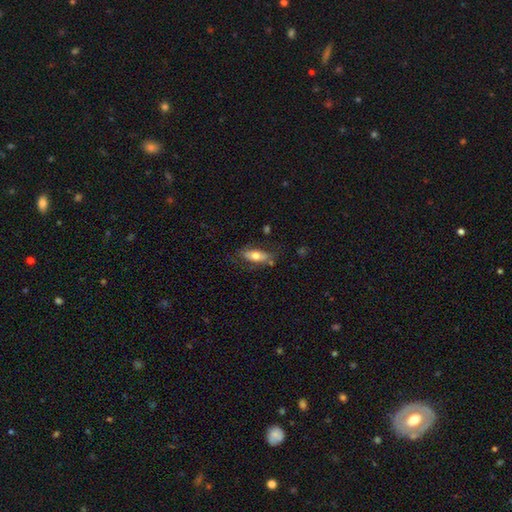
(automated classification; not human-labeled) A smooth galaxy with no disk features (64%) that is in between round and cigar-shaped (78%).

Vote fractions:
- Smooth or featured? smooth: 64% / featured or disk: 30% / star or artifact: 6%
- How rounded? in between: 78% / cigar-shaped: 19% / round: 3%
- Merging? none: 68% / minor disturbance: 20% / major disturbance: 7% / merger: 4%